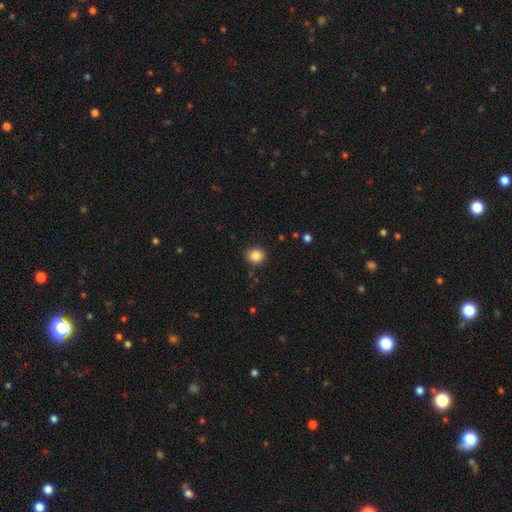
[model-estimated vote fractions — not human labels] A smooth galaxy with no disk features (86%) that is round (77%). Merging: none (88%).